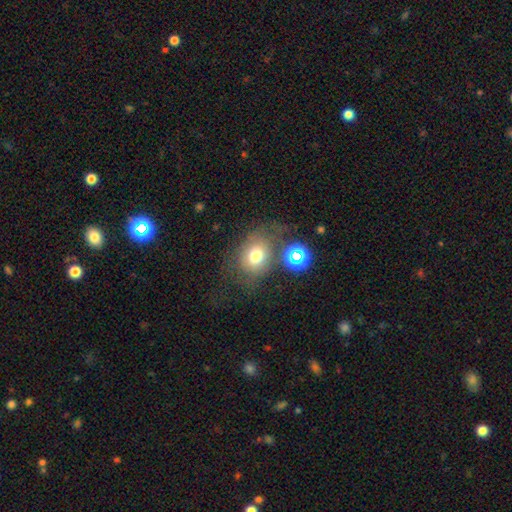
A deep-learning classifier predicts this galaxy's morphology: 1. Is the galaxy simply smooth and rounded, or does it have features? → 69% smooth, 16% featured or disk, 15% star or artifact.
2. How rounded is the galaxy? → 55% round, 44% in between, 1% cigar-shaped.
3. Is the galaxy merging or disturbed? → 56% none, 18% minor disturbance, 15% major disturbance, 11% merger.